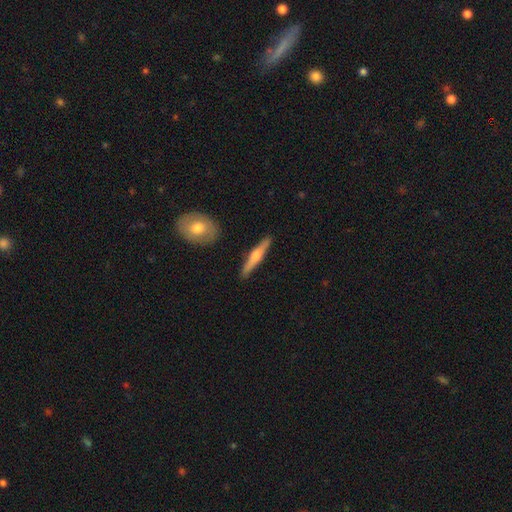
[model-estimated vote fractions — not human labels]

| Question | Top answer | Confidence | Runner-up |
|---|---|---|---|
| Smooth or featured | featured or disk | 59% | smooth (36%) |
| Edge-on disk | yes | 96% | no (4%) |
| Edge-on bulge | rounded | 89% | boxy (6%) |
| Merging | none | 90% | minor disturbance (7%) |